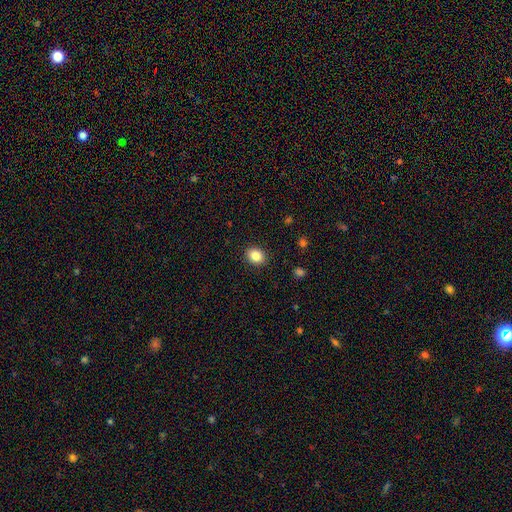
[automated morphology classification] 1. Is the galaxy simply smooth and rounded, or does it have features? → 85% smooth, 9% star or artifact, 6% featured or disk.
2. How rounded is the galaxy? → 53% in between, 46% round, 1% cigar-shaped.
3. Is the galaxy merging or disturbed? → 90% none, 7% minor disturbance, 2% major disturbance, 1% merger.